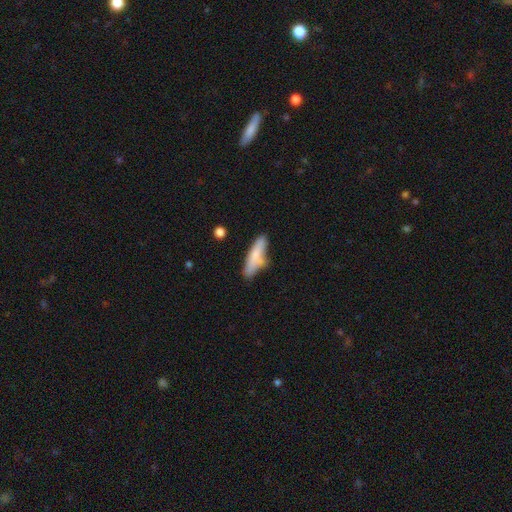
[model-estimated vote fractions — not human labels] Smooth or featured?
  - smooth: 74% *
  - featured or disk: 20%
  - star or artifact: 6%
How rounded?
  - cigar-shaped: 68% *
  - in between: 30%
  - round: 2%
Merging?
  - none: 61% *
  - minor disturbance: 22%
  - merger: 11%
  - major disturbance: 6%